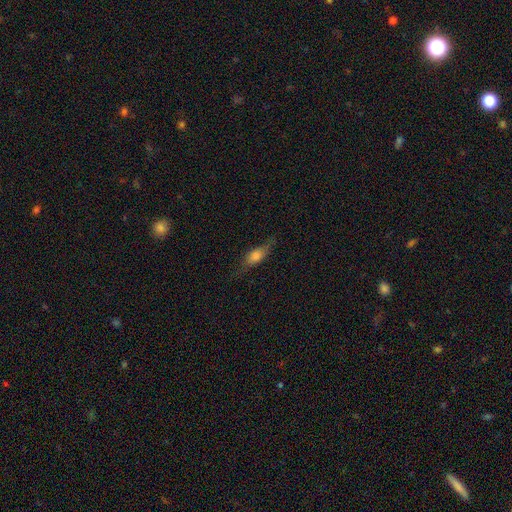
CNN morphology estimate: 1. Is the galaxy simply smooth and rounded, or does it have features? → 56% smooth, 35% featured or disk, 9% star or artifact.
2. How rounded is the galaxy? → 57% in between, 38% cigar-shaped, 6% round.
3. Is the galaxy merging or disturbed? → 67% none, 23% minor disturbance, 8% major disturbance, 2% merger.